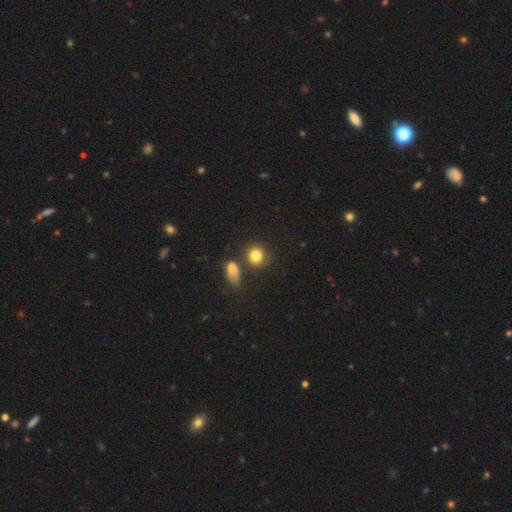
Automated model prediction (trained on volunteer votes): A smooth galaxy with no disk features (82%) that is round (79%). Merging: none (65%).